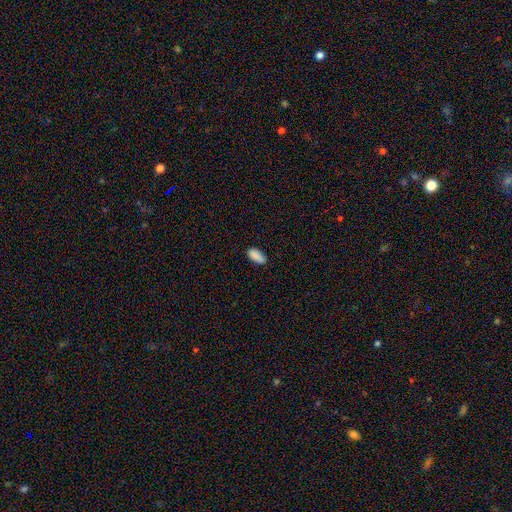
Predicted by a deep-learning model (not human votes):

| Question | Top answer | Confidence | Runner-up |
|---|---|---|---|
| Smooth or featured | smooth | 89% | star or artifact (8%) |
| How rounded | in between | 90% | cigar-shaped (8%) |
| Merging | none | 81% | minor disturbance (15%) |